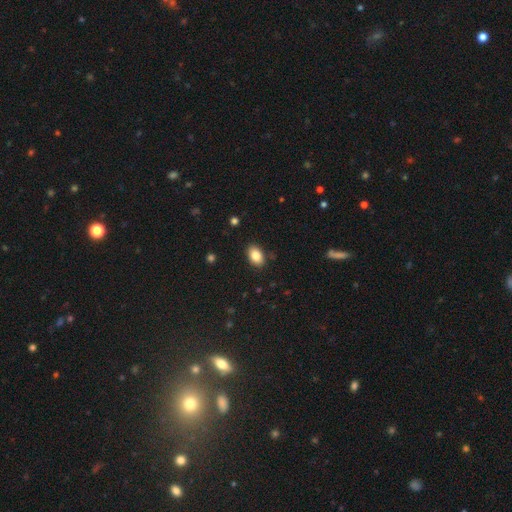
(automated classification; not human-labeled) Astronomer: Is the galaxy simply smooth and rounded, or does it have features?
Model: smooth — 85%.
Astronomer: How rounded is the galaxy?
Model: in between — 87%.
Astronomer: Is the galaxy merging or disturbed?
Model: none — 87%.